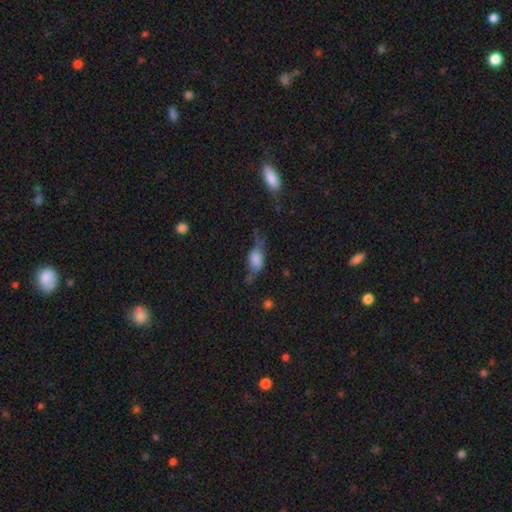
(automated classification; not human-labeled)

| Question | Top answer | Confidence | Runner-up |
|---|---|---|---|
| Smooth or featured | smooth | 53% | featured or disk (36%) |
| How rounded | in between | 76% | cigar-shaped (13%) |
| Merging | none | 39% | minor disturbance (29%) |